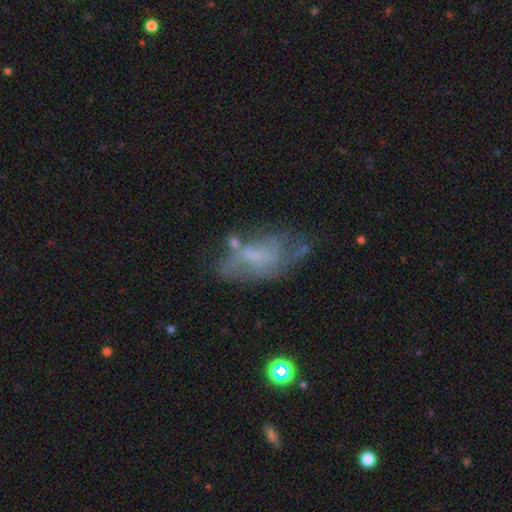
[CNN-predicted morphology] smooth-or-featured: featured or disk: 58% | smooth: 31% | star or artifact: 11%
  disk-edge-on: no: 93% | yes: 7%
    bar: no: 65% | weak: 29% | strong: 6%
    has-spiral-arms: yes: 55% | no: 45%
    bulge-size: none: 51% | small: 27% | moderate: 16% | large: 4% | dominant: 1%
  merging: none: 45% | minor disturbance: 25% | major disturbance: 22% | merger: 8%